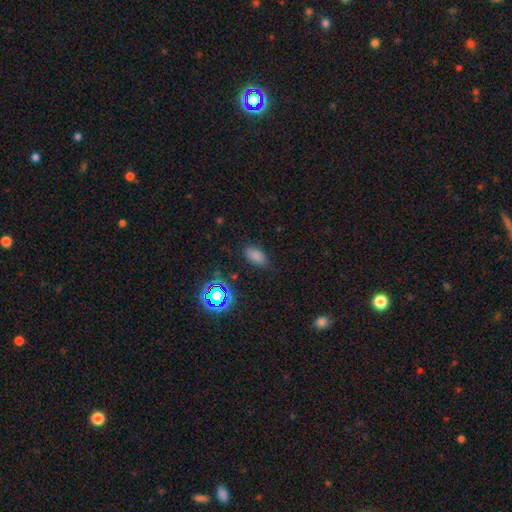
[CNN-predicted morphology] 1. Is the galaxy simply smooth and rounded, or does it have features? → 74% smooth, 20% star or artifact, 6% featured or disk.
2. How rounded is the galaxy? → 90% in between, 6% round, 4% cigar-shaped.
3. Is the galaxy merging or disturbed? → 77% none, 16% minor disturbance, 5% major disturbance, 2% merger.